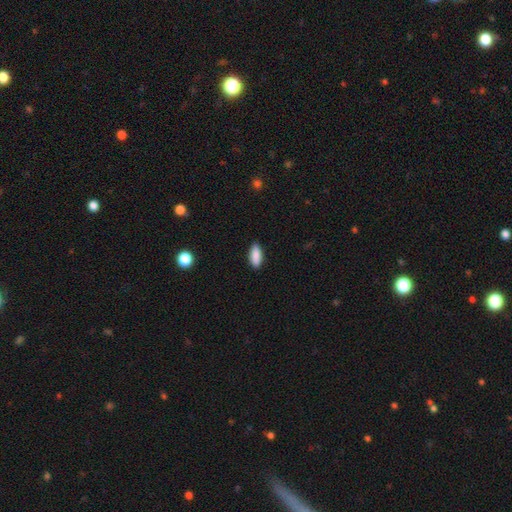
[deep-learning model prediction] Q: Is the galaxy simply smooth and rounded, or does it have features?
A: smooth — 89%.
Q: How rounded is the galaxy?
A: in between — 77%.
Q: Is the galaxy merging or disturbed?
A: none — 88%.